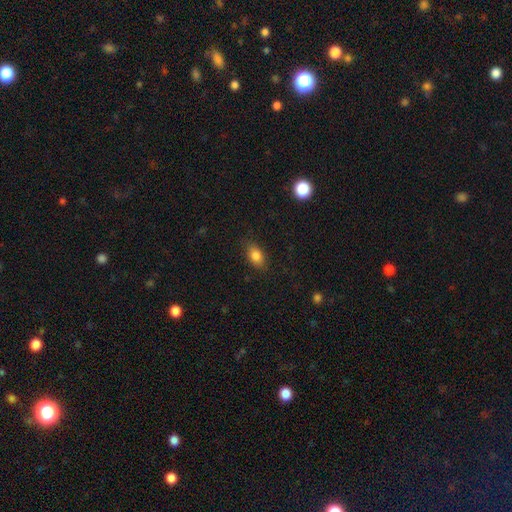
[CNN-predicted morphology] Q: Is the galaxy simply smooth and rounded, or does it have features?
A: smooth — 84%.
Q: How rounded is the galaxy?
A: in between — 84%.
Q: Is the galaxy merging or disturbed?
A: none — 83%.